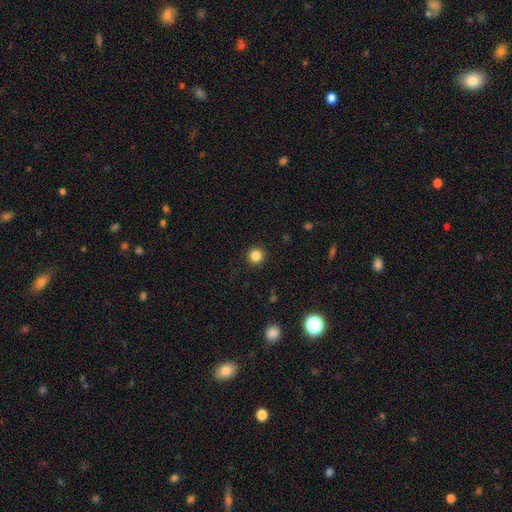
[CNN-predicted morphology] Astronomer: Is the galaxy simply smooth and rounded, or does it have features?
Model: smooth — 85%.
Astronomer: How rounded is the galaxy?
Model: round — 95%.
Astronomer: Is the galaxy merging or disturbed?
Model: none — 92%.